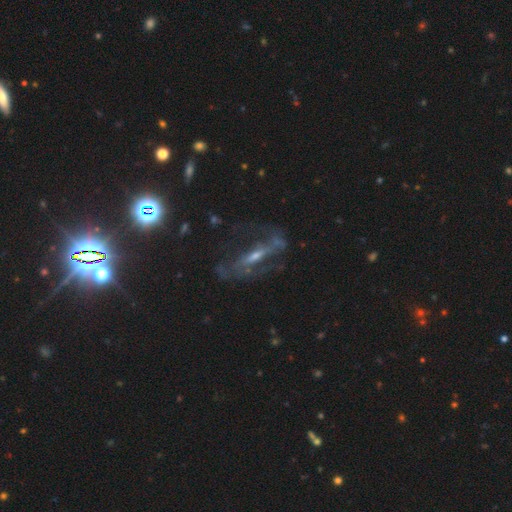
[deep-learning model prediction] This is likely a featured or disk galaxy (74%). It is likely not viewed edge-on (67%). Merging: possibly none (54%).